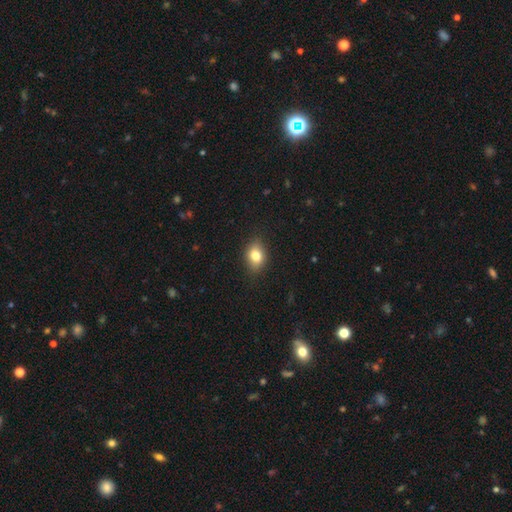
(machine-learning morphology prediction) A smooth galaxy with no disk features (80%) that is in between round and cigar-shaped (70%).

Vote fractions:
- Smooth or featured? smooth: 80% / featured or disk: 11% / star or artifact: 10%
- How rounded? in between: 70% / round: 29% / cigar-shaped: 2%
- Merging? none: 85% / minor disturbance: 12% / major disturbance: 3% / merger: 1%